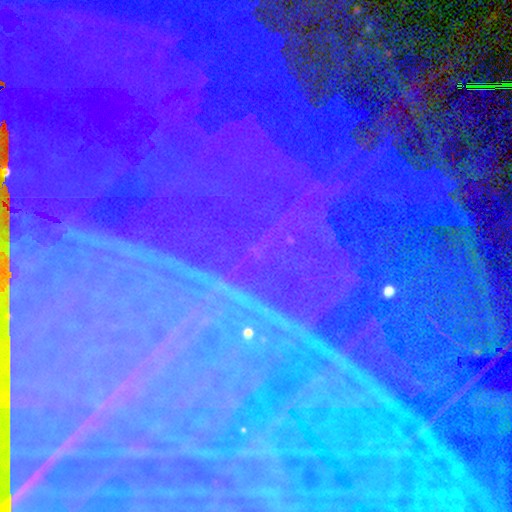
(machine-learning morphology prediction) smooth_or_featured: star or artifact (p=0.86) [alt: featured or disk p=0.08]